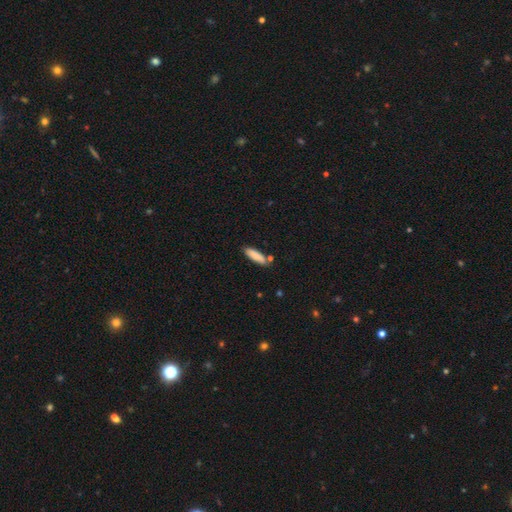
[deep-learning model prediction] smooth-or-featured: smooth: 87% | featured or disk: 7% | star or artifact: 6%
  how-rounded: cigar-shaped: 58% | in between: 40% | round: 2%
  merging: none: 78% | minor disturbance: 13% | merger: 6% | major disturbance: 2%